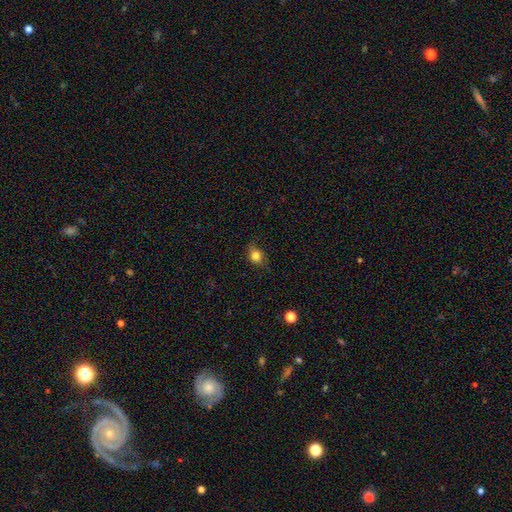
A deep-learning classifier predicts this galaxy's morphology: Smooth or featured? Predicted: smooth (p=0.79). How rounded? Predicted: in between (p=0.49, tied with round). Merging? Predicted: none (p=0.69).